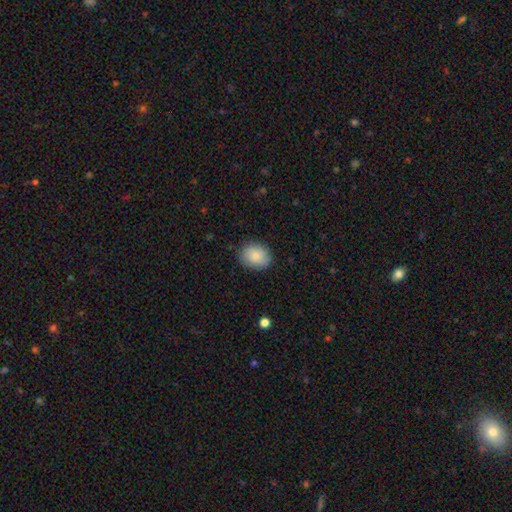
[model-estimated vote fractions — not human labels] Smooth or featured: smooth — 85% (featured or disk — 8%)
How rounded: in between — 52% (round — 47%)
Merging: none — 85% (minor disturbance — 11%)